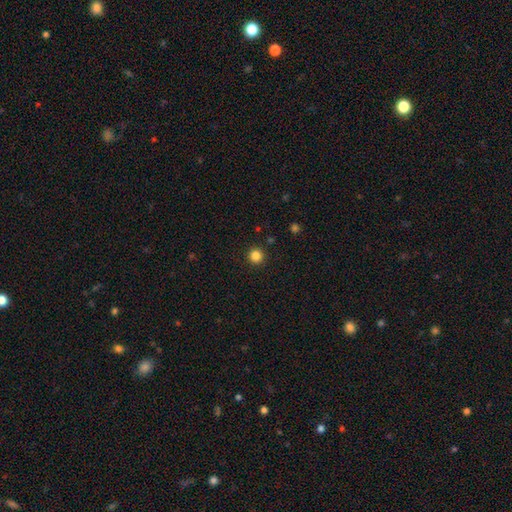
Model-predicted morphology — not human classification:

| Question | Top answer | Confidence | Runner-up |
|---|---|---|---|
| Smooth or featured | smooth | 84% | star or artifact (12%) |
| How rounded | round | 96% | in between (3%) |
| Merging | none | 93% | minor disturbance (5%) |